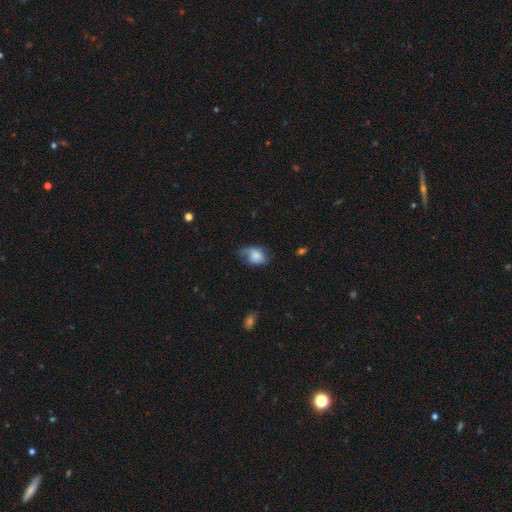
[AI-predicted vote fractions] Q: Smooth or featured?
A: smooth (64%); runner-up: featured or disk (27%)
Q: How rounded?
A: in between (79%); runner-up: round (19%)
Q: Merging?
A: minor disturbance (37%); runner-up: none (33%)